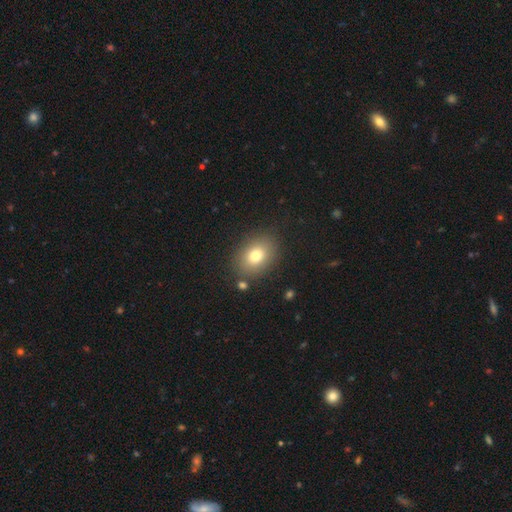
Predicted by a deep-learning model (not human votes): Morphology: type=smooth (77%); roundness=in between (67%); merging=none (83%).